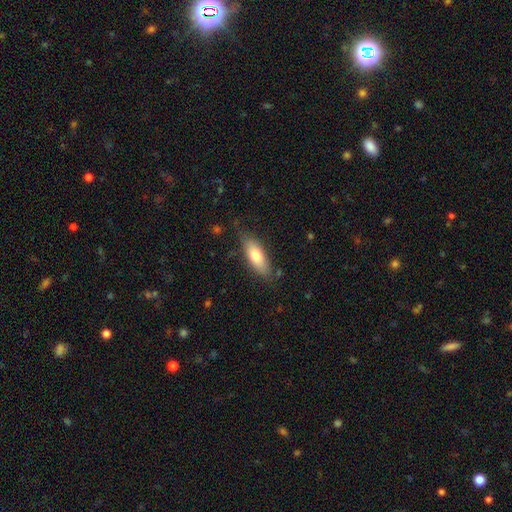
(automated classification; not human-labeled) smooth-or-featured: smooth: 74% | featured or disk: 20% | star or artifact: 6%
  how-rounded: in between: 67% | cigar-shaped: 31% | round: 2%
  merging: none: 77% | minor disturbance: 18% | major disturbance: 4% | merger: 2%